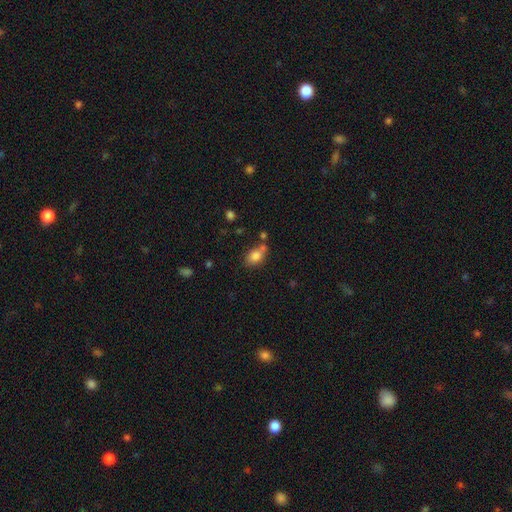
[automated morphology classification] A smooth galaxy with no disk features (81%) that is in between round and cigar-shaped (79%). Merging: none (53%).